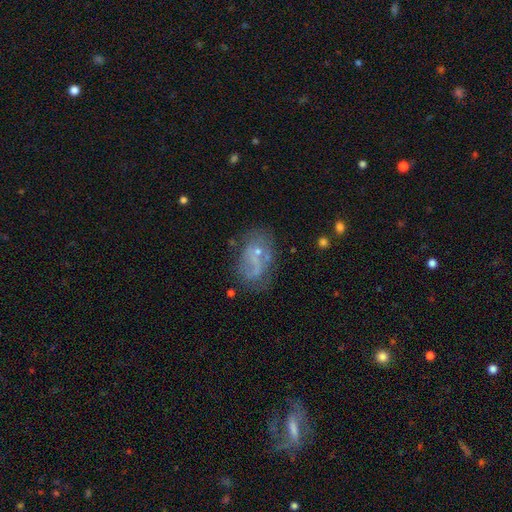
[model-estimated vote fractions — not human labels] Overall: featured or disk (53%; smooth 30%). Edge-on disk: no (96%). Bar: no (75%). Spiral arms: no (54%; yes 46%). Bulge size: small (55%; none 30%). Merging: none (52%; minor disturbance 22%).